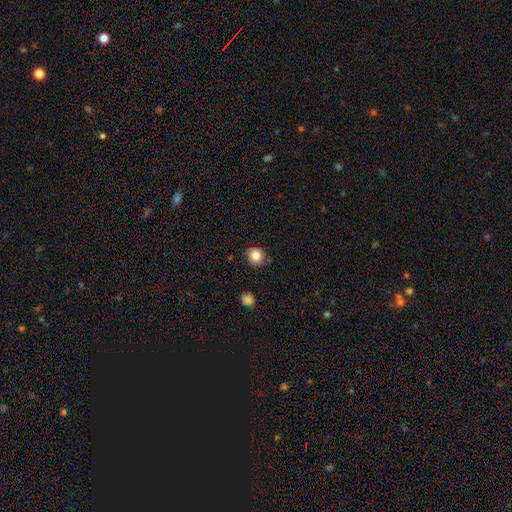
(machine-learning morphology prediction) Overall: smooth (83%). How rounded: round (88%). Merging: none (86%).